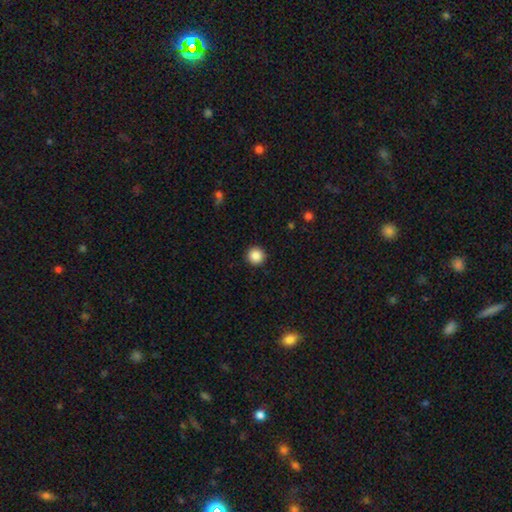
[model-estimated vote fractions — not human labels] The model was most divided on "smooth or featured": smooth: 87%, star or artifact: 10%, featured or disk: 3%. More confident: how rounded — round (96%); merging — none (93%).